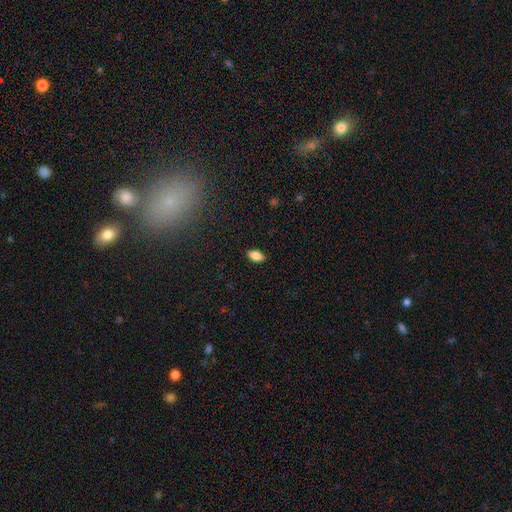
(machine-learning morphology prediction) Smooth or featured?
  - smooth: 83% *
  - featured or disk: 9%
  - star or artifact: 8%
How rounded?
  - in between: 91% *
  - cigar-shaped: 4%
  - round: 4%
Merging?
  - none: 88% *
  - minor disturbance: 9%
  - major disturbance: 2%
  - merger: 1%